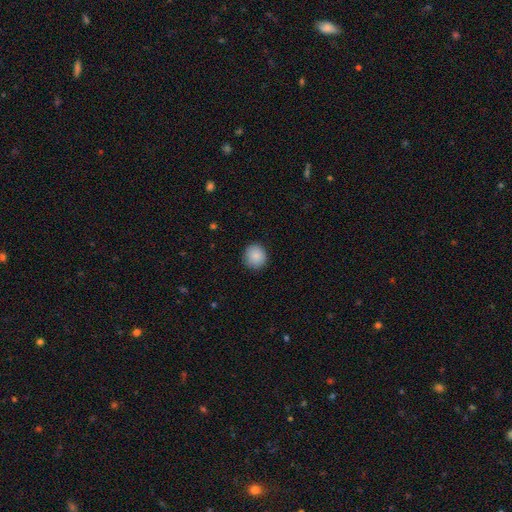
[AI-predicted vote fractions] Smooth or featured: smooth — 88% (star or artifact — 8%)
How rounded: round — 92% (in between — 7%)
Merging: none — 89% (minor disturbance — 8%)